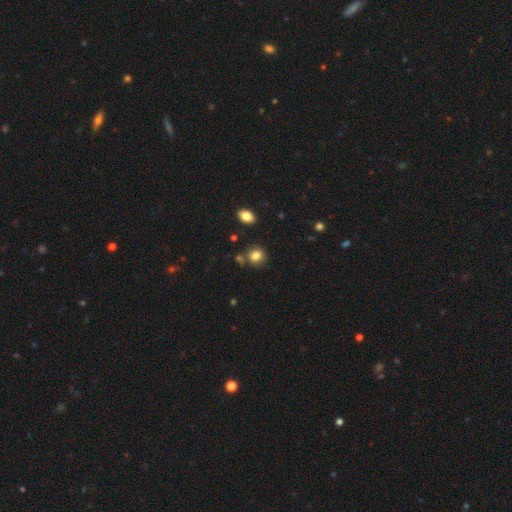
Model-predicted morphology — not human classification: type=smooth (83%); roundness=round (72%); merging=none (73%).